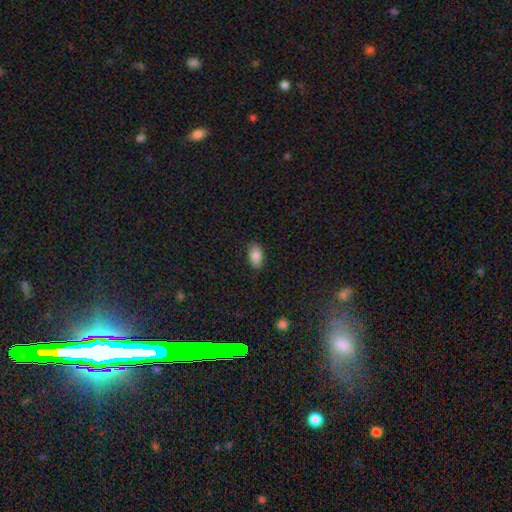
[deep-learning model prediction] smooth 84%, featured or disk 8%, star or artifact 8%. Down the decision tree: how rounded — in between (93%); merging — none (87%).